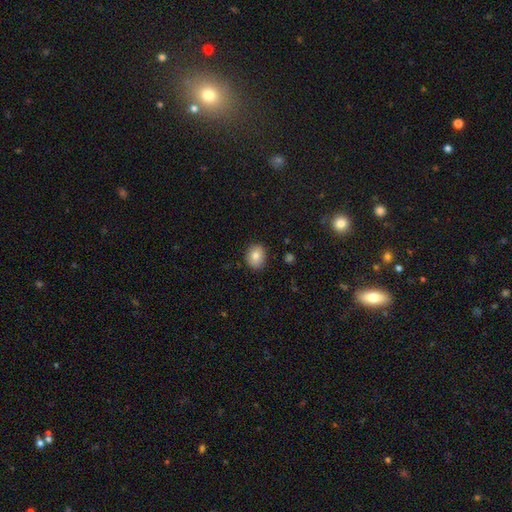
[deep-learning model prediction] Smooth or featured? Predicted: smooth (p=0.81). How rounded? Predicted: round (p=0.52). Merging? Predicted: none (p=0.87).